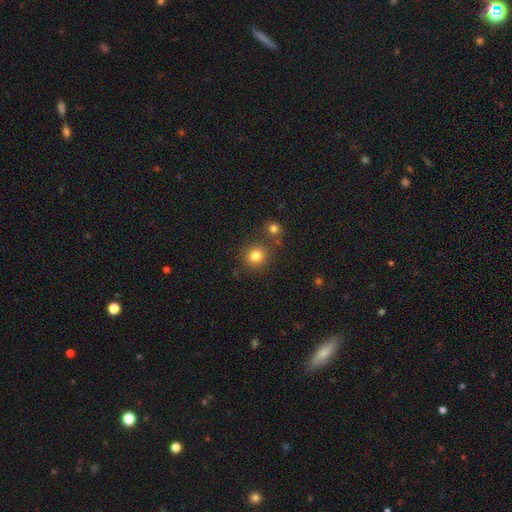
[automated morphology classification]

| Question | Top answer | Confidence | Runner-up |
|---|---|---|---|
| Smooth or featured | smooth | 81% | star or artifact (13%) |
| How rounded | round | 87% | in between (12%) |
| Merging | none | 78% | merger (10%) |